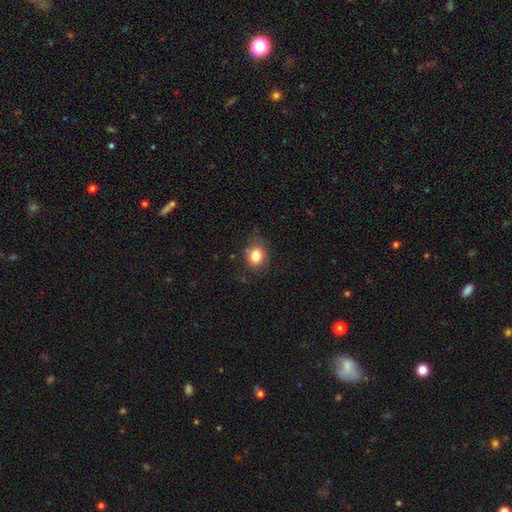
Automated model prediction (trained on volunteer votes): Morphology: type=smooth (83%); roundness=round (54%); merging=none (73%).